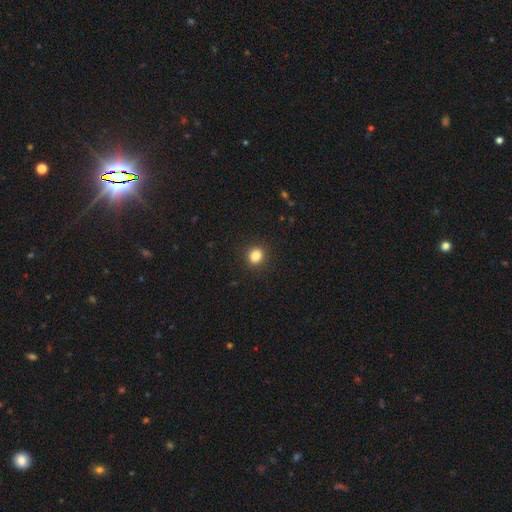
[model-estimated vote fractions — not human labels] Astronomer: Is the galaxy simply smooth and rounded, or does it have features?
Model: smooth — 85%.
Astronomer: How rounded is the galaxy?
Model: round — 70%.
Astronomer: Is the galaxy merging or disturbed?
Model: none — 91%.